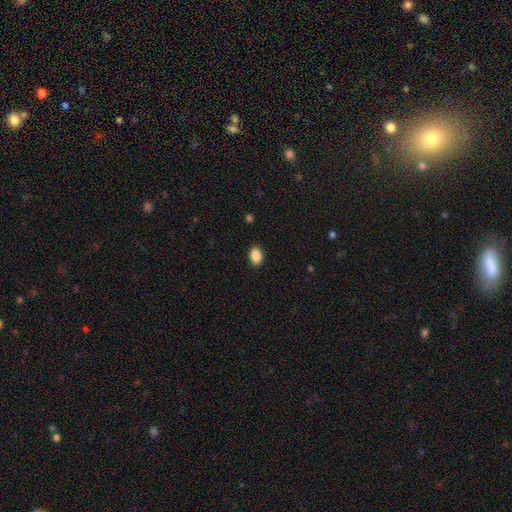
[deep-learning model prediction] A smooth galaxy with no disk features (89%) that is in between round and cigar-shaped (88%). Merging: none (89%).